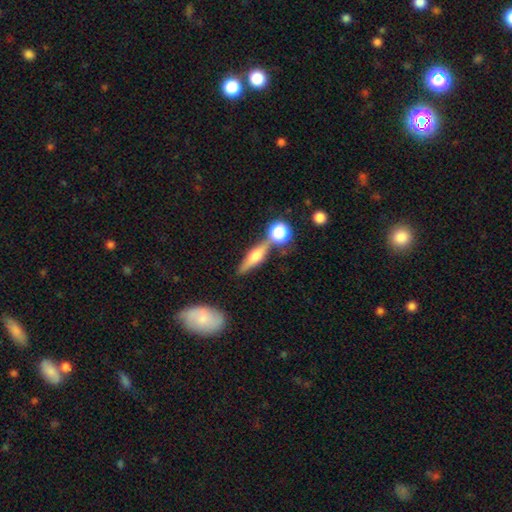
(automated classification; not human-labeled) This appears to be a featured or disk galaxy (55%) viewed edge-on (93%) with a rounded central bulge (87%). Merging: none (69%).